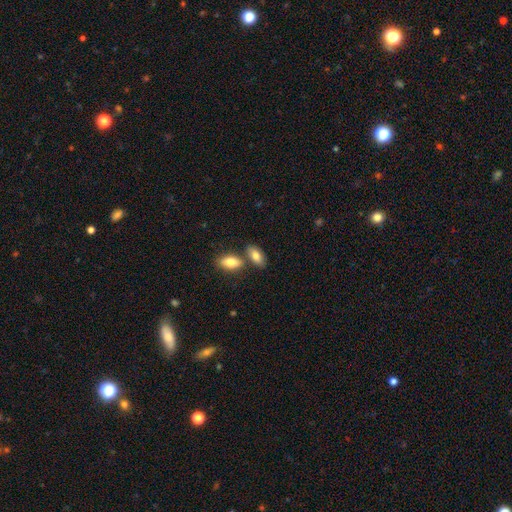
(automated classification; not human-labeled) This is likely a smooth galaxy (79%). How rounded: clearly in between (87%). Merging: likely none (63%).